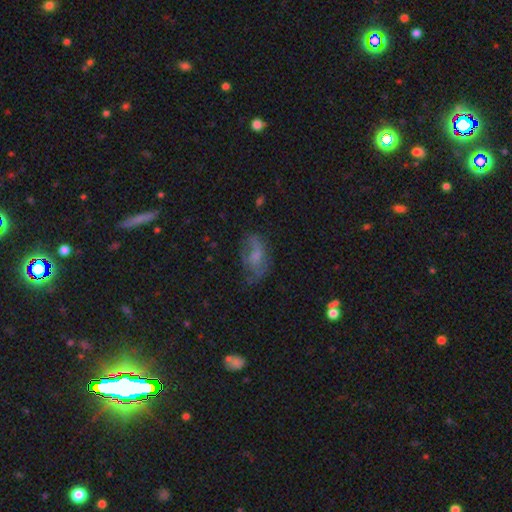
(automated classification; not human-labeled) Smooth or featured?
  - smooth: 45% *
  - featured or disk: 40%
  - star or artifact: 15%
Merging?
  - none: 46% *
  - minor disturbance: 27%
  - major disturbance: 25%
  - merger: 3%